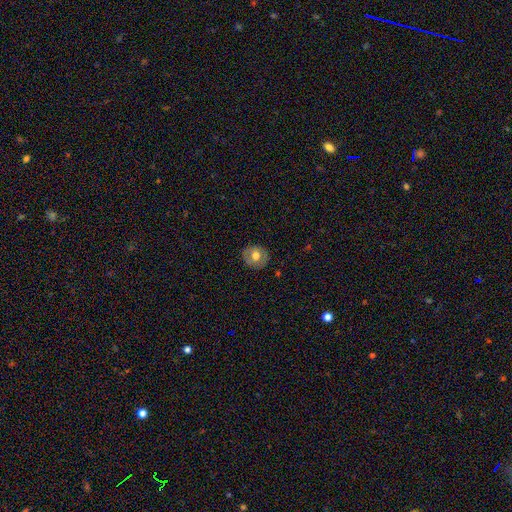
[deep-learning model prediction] A smooth galaxy with no disk features (60%) that is round (85%).

Vote fractions:
- Smooth or featured? smooth: 60% / featured or disk: 32% / star or artifact: 8%
- How rounded? round: 85% / in between: 14% / cigar-shaped: 1%
- Merging? none: 84% / minor disturbance: 12% / major disturbance: 3% / merger: 1%